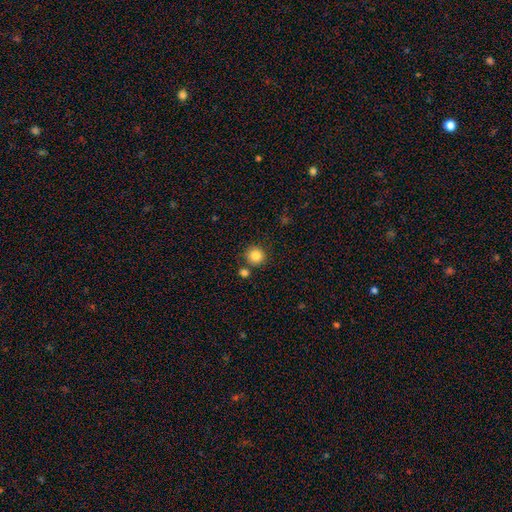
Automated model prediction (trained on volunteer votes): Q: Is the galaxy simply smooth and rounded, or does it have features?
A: smooth — 84%.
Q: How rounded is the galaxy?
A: round — 93%.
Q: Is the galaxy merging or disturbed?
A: none — 80%.